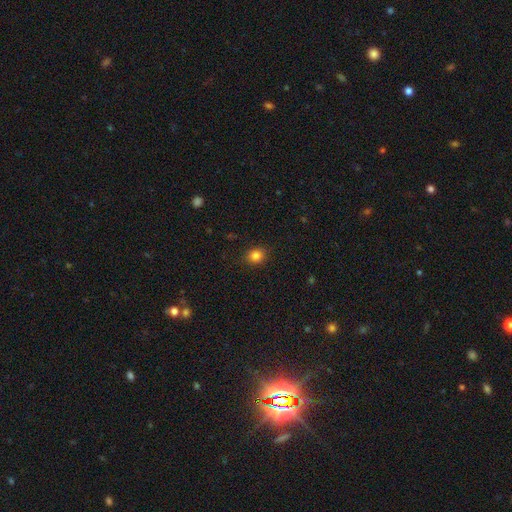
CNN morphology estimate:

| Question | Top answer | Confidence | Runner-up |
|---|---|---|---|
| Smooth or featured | smooth | 83% | star or artifact (12%) |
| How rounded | round | 75% | in between (24%) |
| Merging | none | 88% | minor disturbance (8%) |